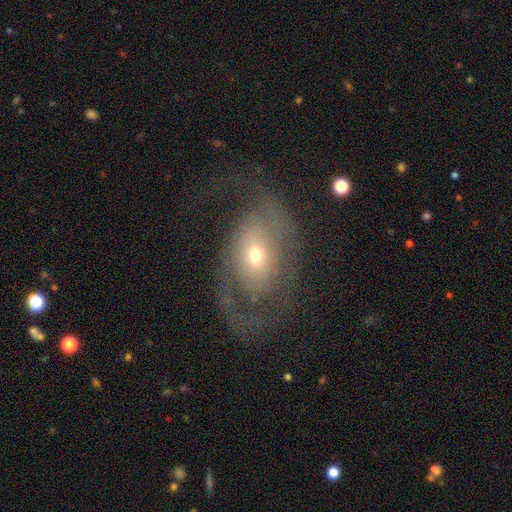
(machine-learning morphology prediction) This is likely a featured or disk galaxy (69%). It is clearly not viewed edge-on (95%). Bar: likely no (73%). Spiral arm pattern: likely yes (78%). Spiral arm count: likely 2 (64%). Spiral winding: marginally medium (40%). Central bulge: possibly small (51%). Merging: possibly none (52%).